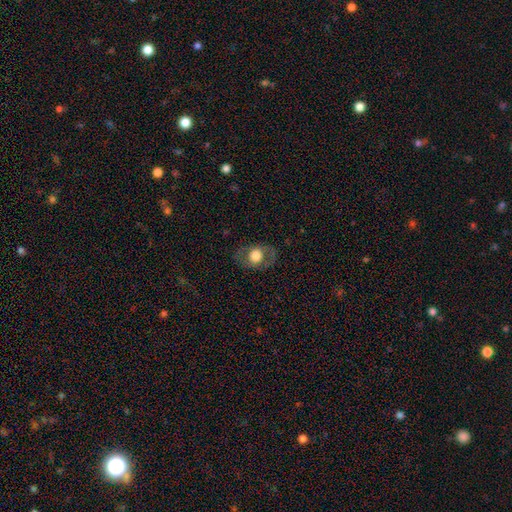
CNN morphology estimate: Smooth or featured?
  - smooth: 54% *
  - featured or disk: 39%
  - star or artifact: 8%
How rounded?
  - in between: 55% *
  - round: 44%
  - cigar-shaped: 1%
Merging?
  - none: 78% *
  - minor disturbance: 13%
  - major disturbance: 8%
  - merger: 1%